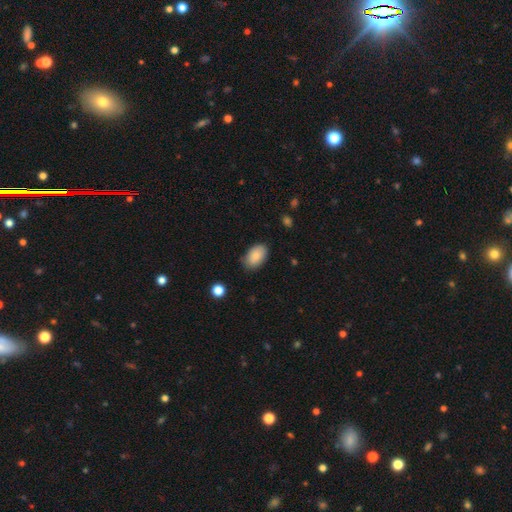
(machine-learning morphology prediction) smooth_or_featured: smooth (p=0.87) [alt: star or artifact p=0.07]
how_rounded: in between (p=0.91) [alt: round p=0.08]
merging: none (p=0.77) [alt: minor disturbance p=0.18]